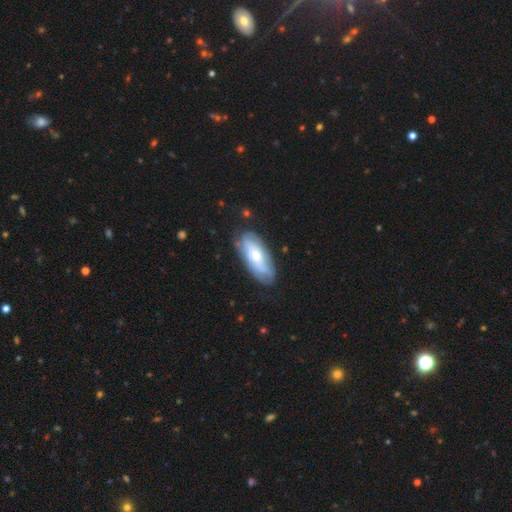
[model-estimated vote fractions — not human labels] Smooth or featured? featured or disk (52%)
Edge-on disk? no (84%)
Merging? none (73%)